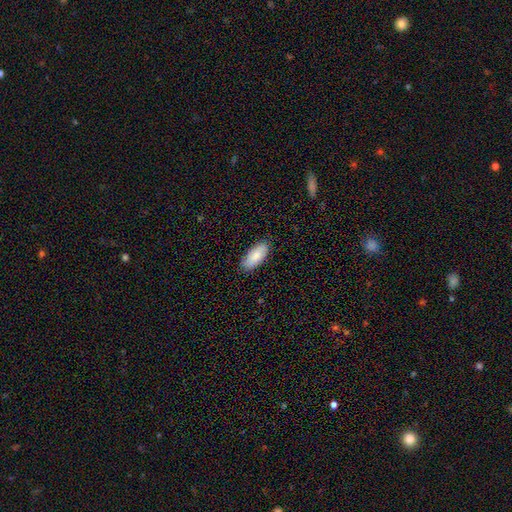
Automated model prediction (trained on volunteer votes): Q: Smooth or featured?
A: smooth (83%); runner-up: featured or disk (11%)
Q: How rounded?
A: in between (89%); runner-up: cigar-shaped (9%)
Q: Merging?
A: none (85%); runner-up: minor disturbance (12%)